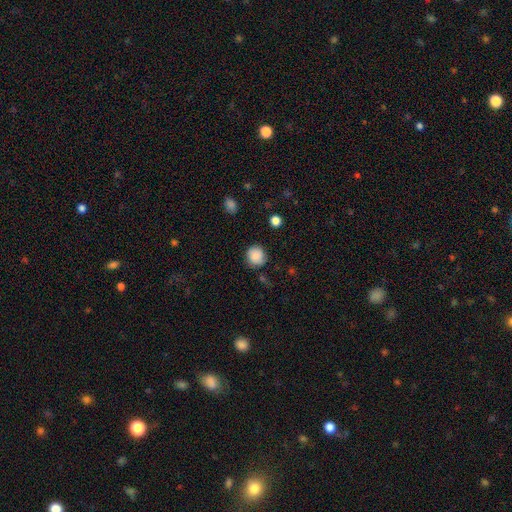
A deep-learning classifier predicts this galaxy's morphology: A smooth galaxy with no disk features (86%) that is round (88%).

Vote fractions:
- Smooth or featured? smooth: 86% / star or artifact: 9% / featured or disk: 6%
- How rounded? round: 88% / in between: 11% / cigar-shaped: 1%
- Merging? none: 79% / minor disturbance: 15% / major disturbance: 4% / merger: 2%